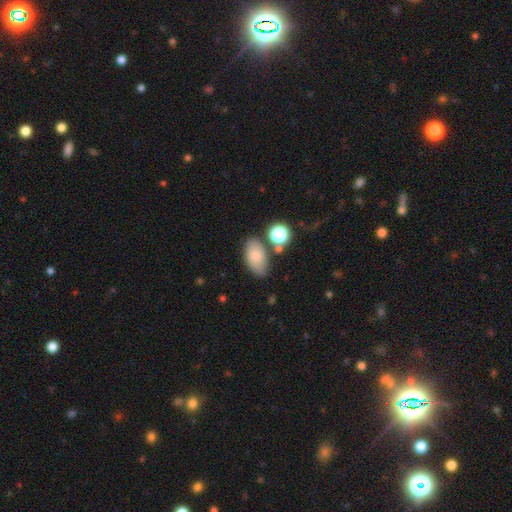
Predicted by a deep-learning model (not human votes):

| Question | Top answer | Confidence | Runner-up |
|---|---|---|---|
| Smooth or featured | smooth | 72% | featured or disk (18%) |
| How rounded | in between | 89% | round (8%) |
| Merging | none | 67% | minor disturbance (18%) |